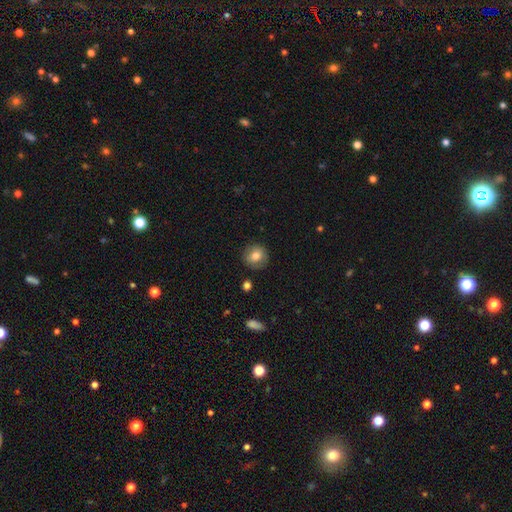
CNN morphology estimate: smooth 75%, featured or disk 16%, star or artifact 9%. Down the decision tree: how rounded — round (88%); merging — none (87%).